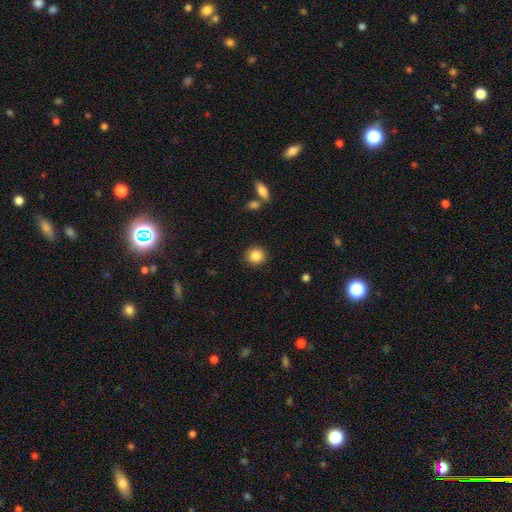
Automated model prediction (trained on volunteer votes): Smooth or featured? smooth (86%)
How rounded? round (88%)
Merging? none (90%)